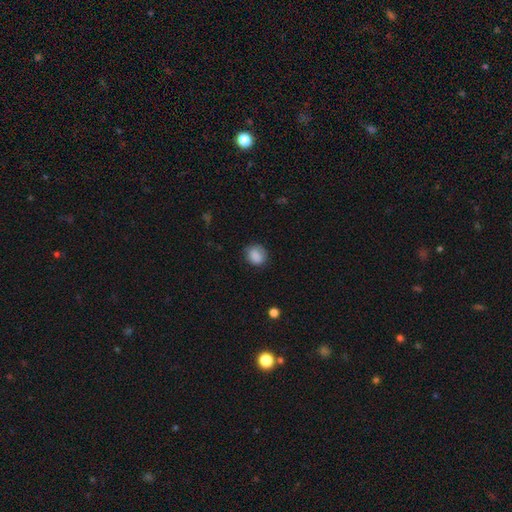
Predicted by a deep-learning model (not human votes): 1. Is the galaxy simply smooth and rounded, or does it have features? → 86% smooth, 9% star or artifact, 6% featured or disk.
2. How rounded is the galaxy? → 70% round, 29% in between, 1% cigar-shaped.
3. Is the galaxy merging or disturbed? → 77% none, 17% minor disturbance, 5% major disturbance, 1% merger.